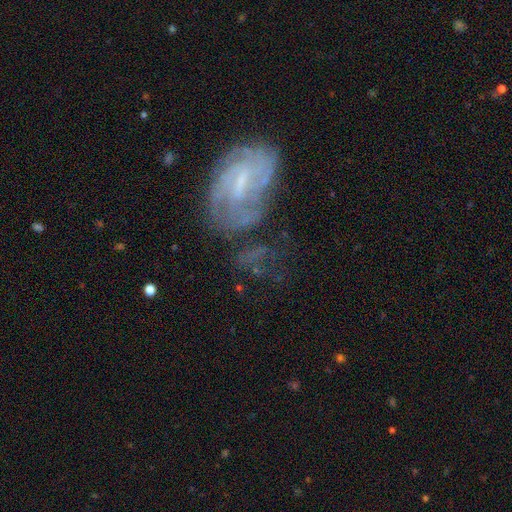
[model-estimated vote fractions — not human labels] Smooth or featured: featured or disk — 69% (smooth — 20%)
Edge-on disk: no — 95% (yes — 5%)
Bar: weak — 50% (no — 30%)
Spiral arms: yes — 75% (no — 25%)
Bulge size: small — 50% (moderate — 25%)
Merging: none — 45% (major disturbance — 24%)